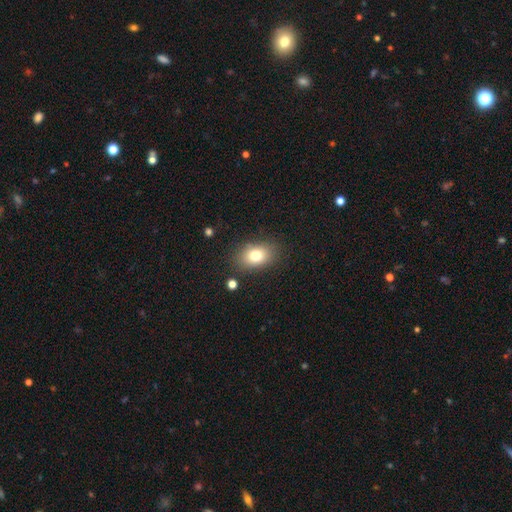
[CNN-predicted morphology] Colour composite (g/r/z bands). It shows a smooth galaxy with no disk features (77%) that is in between round and cigar-shaped (78%). Merging: none (83%).